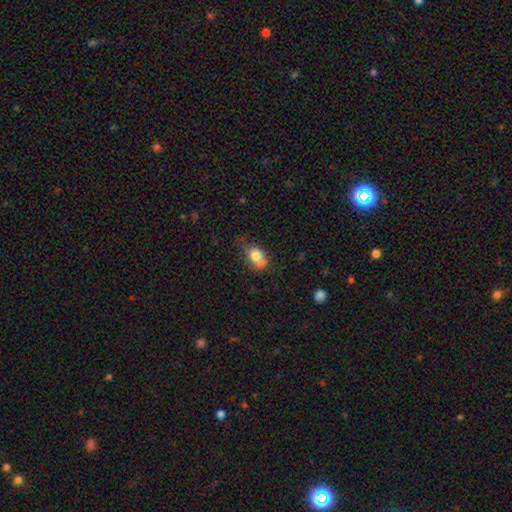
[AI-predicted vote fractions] Smooth or featured?
  - smooth: 77% *
  - featured or disk: 14%
  - star or artifact: 9%
How rounded?
  - in between: 69% *
  - round: 29%
  - cigar-shaped: 2%
Merging?
  - none: 42% *
  - minor disturbance: 33%
  - major disturbance: 13%
  - merger: 12%